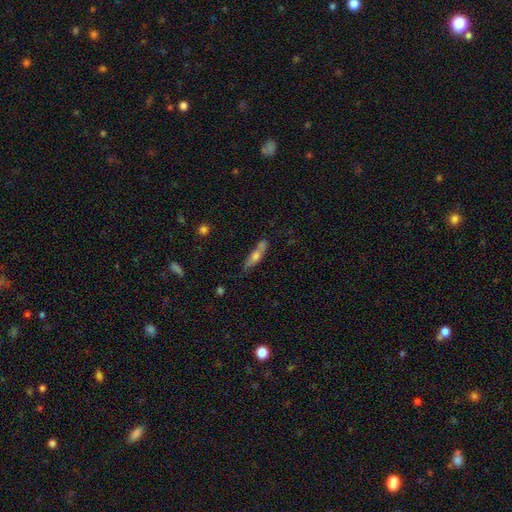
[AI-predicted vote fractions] This appears to be a smooth galaxy with no disk features (53%) that is cigar-shaped (70%). Merging: none (60%).